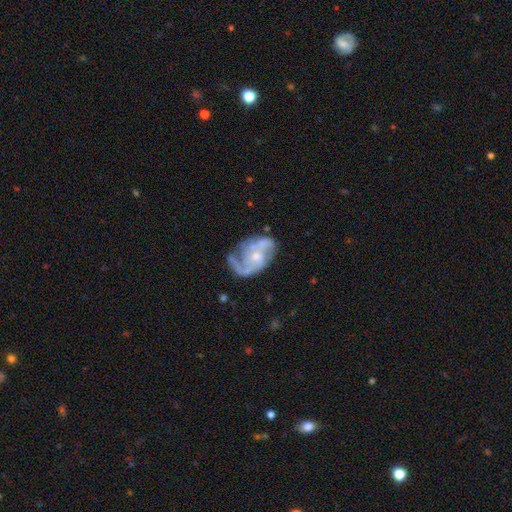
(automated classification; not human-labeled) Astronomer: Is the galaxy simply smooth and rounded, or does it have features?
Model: featured or disk — 83%.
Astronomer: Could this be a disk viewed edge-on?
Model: no — 97%.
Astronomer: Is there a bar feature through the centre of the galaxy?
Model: no — 63%.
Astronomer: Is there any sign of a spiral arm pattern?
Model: yes — 89%.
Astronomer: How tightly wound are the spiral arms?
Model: medium — 47% (runner-up: loose, 29%).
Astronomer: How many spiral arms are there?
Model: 2 — 48%.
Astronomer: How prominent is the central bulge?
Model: small — 48% (runner-up: moderate, 43%).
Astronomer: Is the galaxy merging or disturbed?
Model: none — 53%.